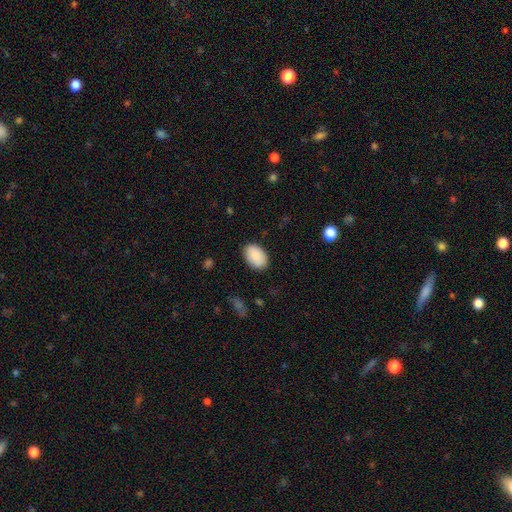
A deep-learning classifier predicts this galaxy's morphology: Smooth or featured: smooth — 90% (star or artifact — 6%)
How rounded: in between — 90% (round — 9%)
Merging: none — 87% (minor disturbance — 10%)